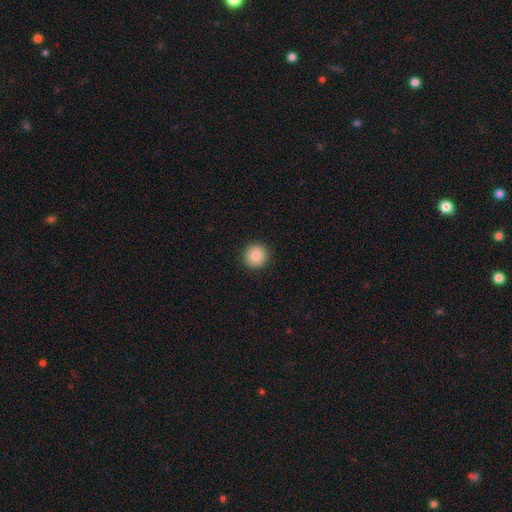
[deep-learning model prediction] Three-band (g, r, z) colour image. It shows a smooth galaxy with no disk features (86%) that is round (96%). Merging: none (93%).